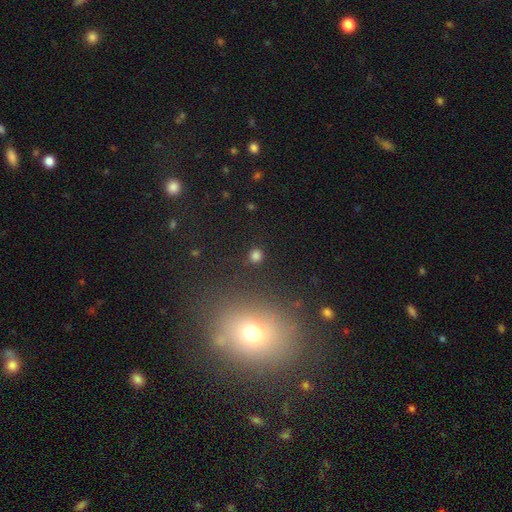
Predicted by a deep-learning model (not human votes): A smooth galaxy with no disk features (78%) that is round (85%). Merging: none (86%).